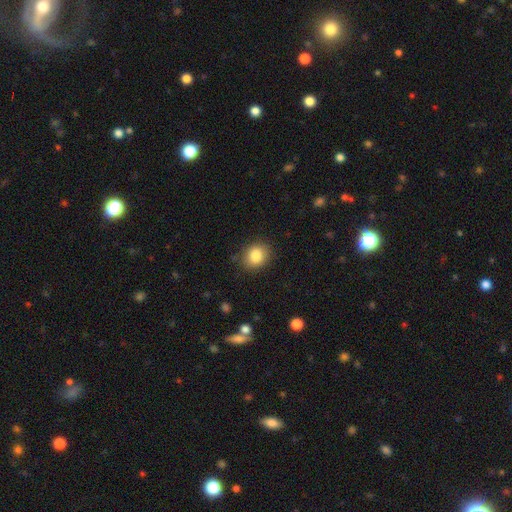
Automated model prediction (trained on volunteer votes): Smooth or featured? smooth (84%)
How rounded? round (60%)
Merging? none (86%)